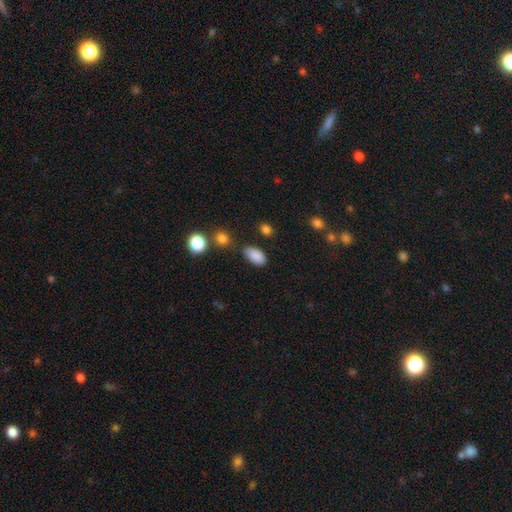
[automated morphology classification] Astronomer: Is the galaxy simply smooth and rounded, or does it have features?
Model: smooth — 87%.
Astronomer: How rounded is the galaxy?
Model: in between — 93%.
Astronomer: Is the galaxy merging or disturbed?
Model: none — 72%.